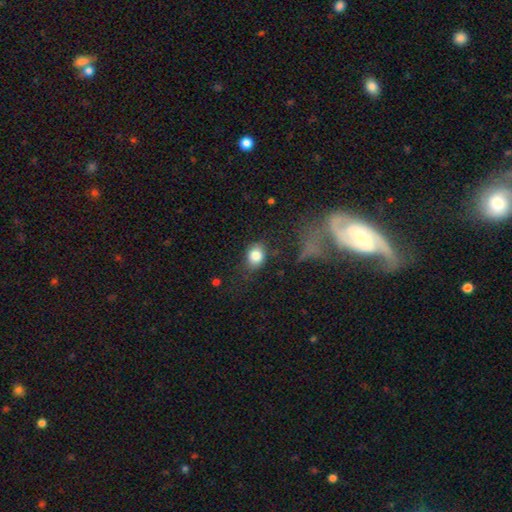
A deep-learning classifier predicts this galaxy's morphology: A smooth galaxy with no disk features (83%) that is in between round and cigar-shaped (59%).

Vote fractions:
- Smooth or featured? smooth: 83% / star or artifact: 9% / featured or disk: 8%
- How rounded? in between: 59% / round: 40% / cigar-shaped: 1%
- Merging? none: 71% / minor disturbance: 19% / major disturbance: 6% / merger: 3%